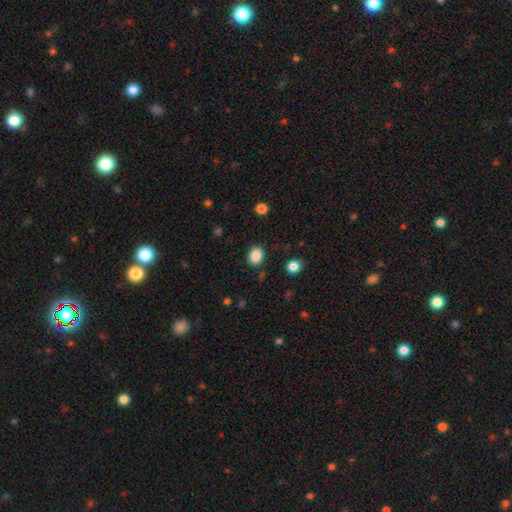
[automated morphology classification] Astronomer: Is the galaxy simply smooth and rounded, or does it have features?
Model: smooth — 87%.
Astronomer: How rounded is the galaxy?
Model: in between — 53% (runner-up: round, 46%).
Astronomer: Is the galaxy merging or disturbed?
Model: none — 86%.